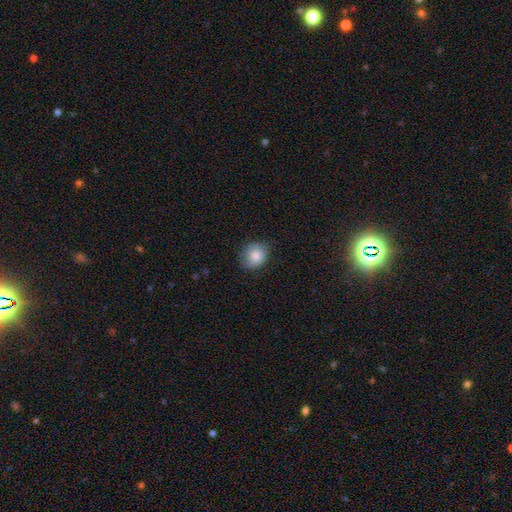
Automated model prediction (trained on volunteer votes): The model was most divided on "how rounded": round: 69%, in between: 30%, cigar-shaped: 1%. More confident: smooth or featured — smooth (80%); merging — none (76%).